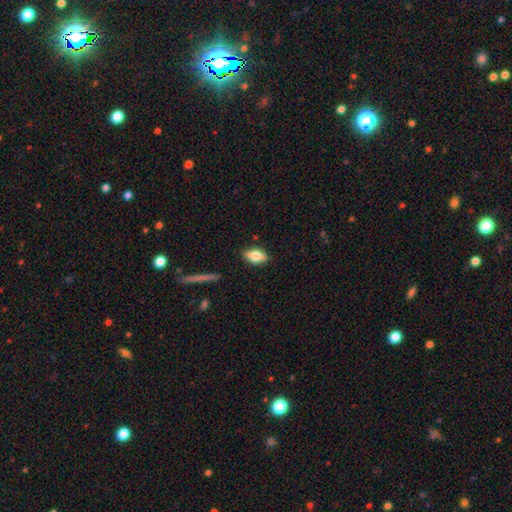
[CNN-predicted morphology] Q: Smooth or featured?
A: smooth (71%); runner-up: featured or disk (22%)
Q: How rounded?
A: in between (85%); runner-up: cigar-shaped (8%)
Q: Merging?
A: none (84%); runner-up: minor disturbance (12%)